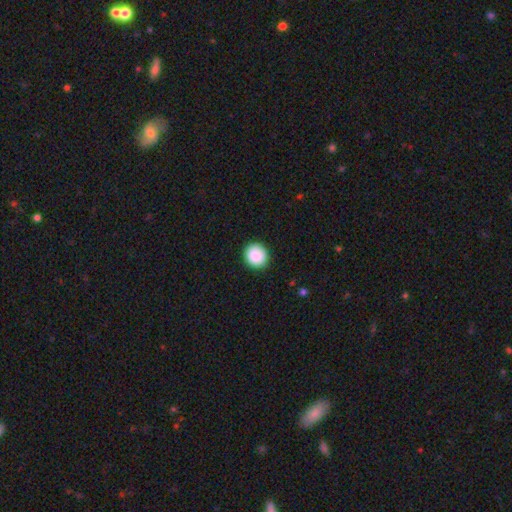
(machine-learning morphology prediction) This appears to be a smooth galaxy with no disk features (89%) that is round (87%). Merging: none (91%).